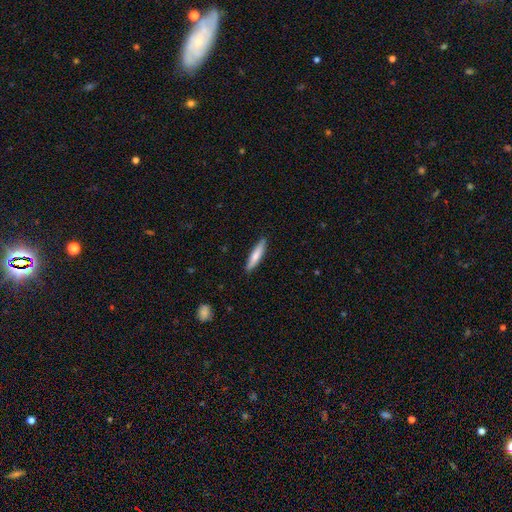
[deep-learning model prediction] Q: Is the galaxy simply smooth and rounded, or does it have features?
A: smooth — 71%.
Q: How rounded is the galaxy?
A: cigar-shaped — 87%.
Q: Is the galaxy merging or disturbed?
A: none — 89%.